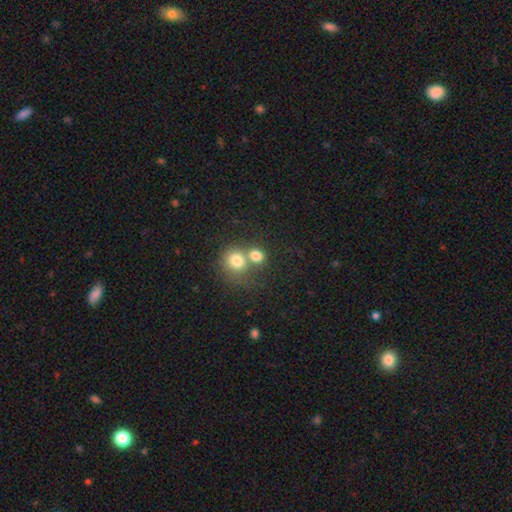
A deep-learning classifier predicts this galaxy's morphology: Smooth or featured? smooth (77%)
How rounded? round (68%)
Merging? merger (54%)